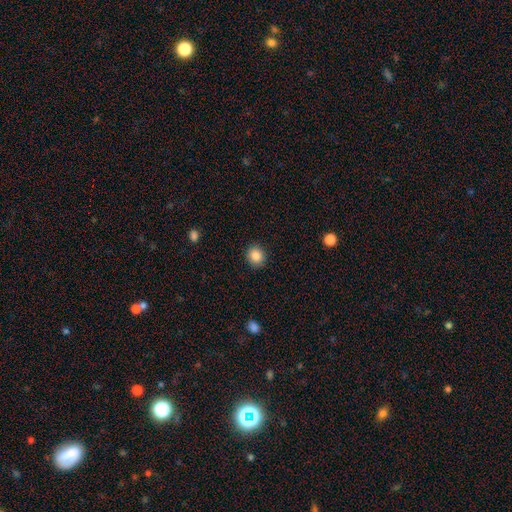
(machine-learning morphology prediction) The model was most divided on "how rounded": round: 79%, in between: 20%, cigar-shaped: 1%. More confident: merging — none (89%); smooth or featured — smooth (87%).